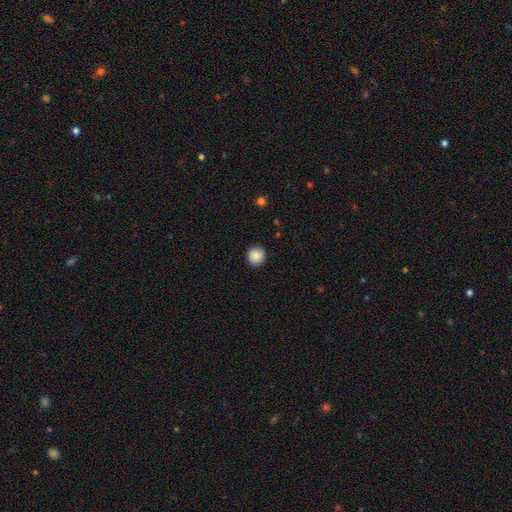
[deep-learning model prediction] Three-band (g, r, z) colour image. It shows a smooth galaxy with no disk features (87%) that is round (93%). Merging: none (90%).